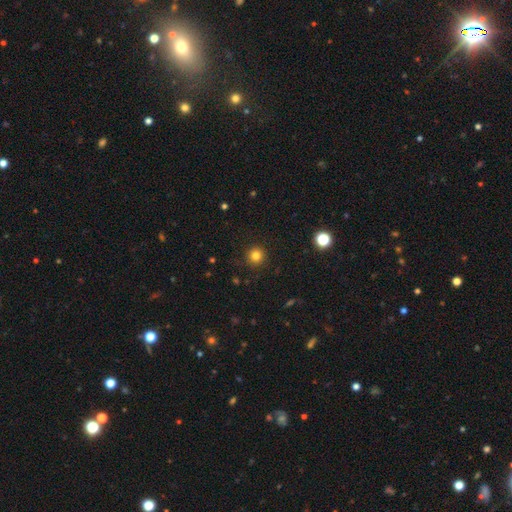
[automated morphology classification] Smooth or featured? smooth (82%)
How rounded? round (95%)
Merging? none (91%)